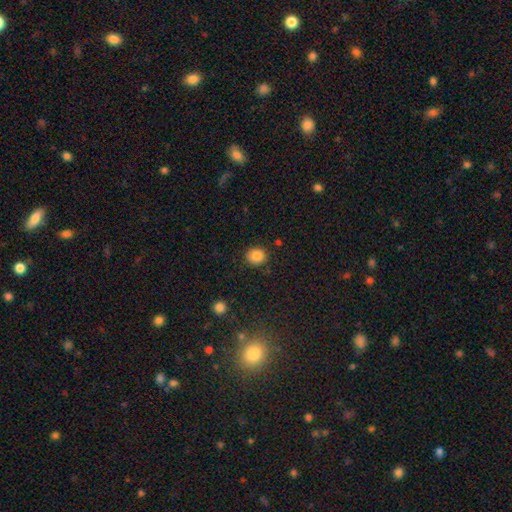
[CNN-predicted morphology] smooth_or_featured: smooth (p=0.85) [alt: star or artifact p=0.10]
how_rounded: round (p=0.81) [alt: in between p=0.18]
merging: none (p=0.87) [alt: minor disturbance p=0.09]